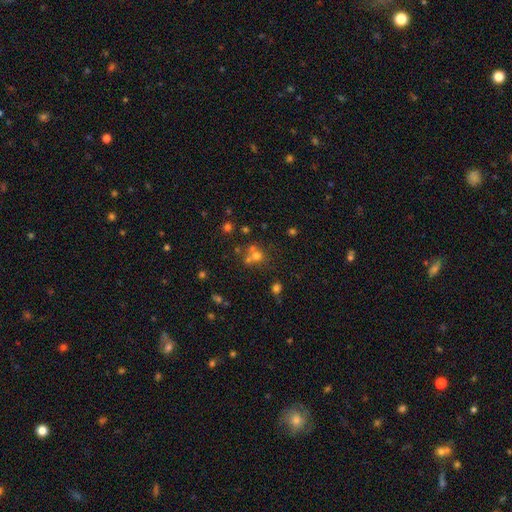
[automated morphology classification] smooth 60%, star or artifact 24%, featured or disk 17%. Down the decision tree: how rounded — round (79%); merging — none (45%).